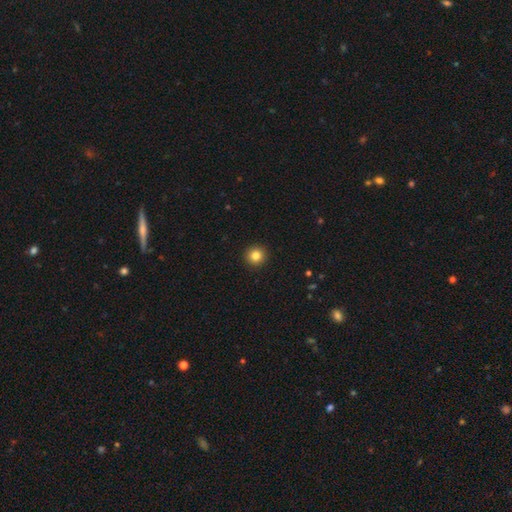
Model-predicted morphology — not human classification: smooth-or-featured: smooth: 83% | star or artifact: 11% | featured or disk: 6%
  how-rounded: round: 95% | in between: 4% | cigar-shaped: 1%
  merging: none: 94% | minor disturbance: 4% | major disturbance: 1% | merger: 1%